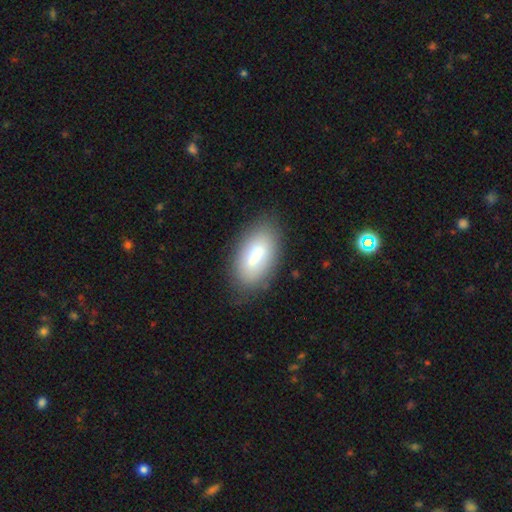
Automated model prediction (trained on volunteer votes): Q: Smooth or featured?
A: smooth (73%); runner-up: featured or disk (20%)
Q: How rounded?
A: in between (90%); runner-up: cigar-shaped (7%)
Q: Merging?
A: none (77%); runner-up: minor disturbance (16%)